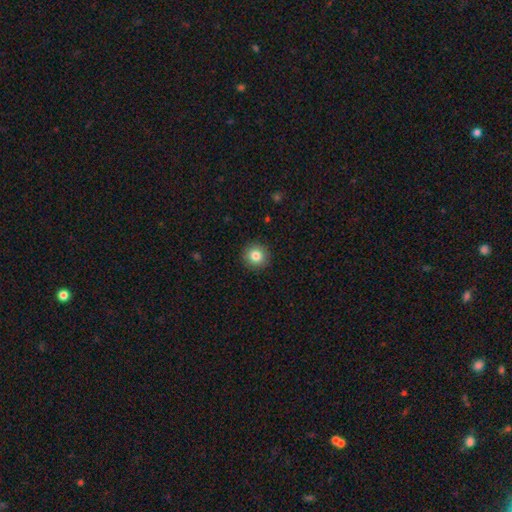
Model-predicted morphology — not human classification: Smooth or featured: smooth — 82% (star or artifact — 10%)
How rounded: round — 94% (in between — 5%)
Merging: none — 92% (minor disturbance — 5%)